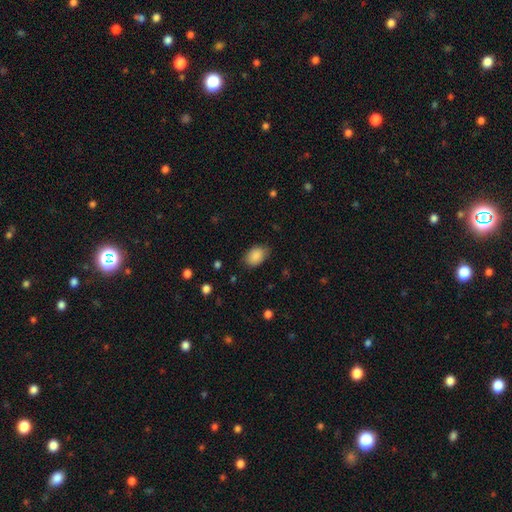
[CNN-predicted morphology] Smooth or featured? Predicted: smooth (p=0.88). How rounded? Predicted: in between (p=0.83). Merging? Predicted: none (p=0.79).